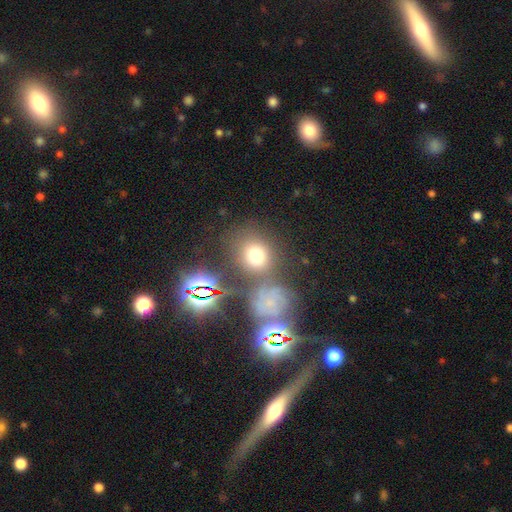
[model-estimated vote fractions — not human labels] Q: Smooth or featured?
A: smooth (61%); runner-up: star or artifact (21%)
Q: How rounded?
A: round (72%); runner-up: in between (26%)
Q: Merging?
A: none (62%); runner-up: merger (17%)